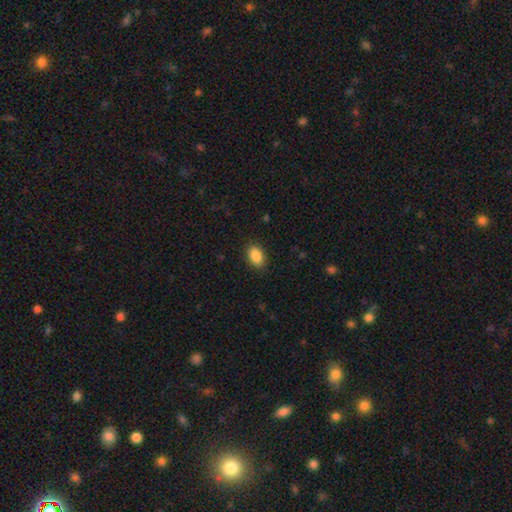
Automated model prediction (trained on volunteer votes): smooth_or_featured: smooth (p=0.89) [alt: star or artifact p=0.07]
how_rounded: in between (p=0.90) [alt: round p=0.09]
merging: none (p=0.88) [alt: minor disturbance p=0.09]